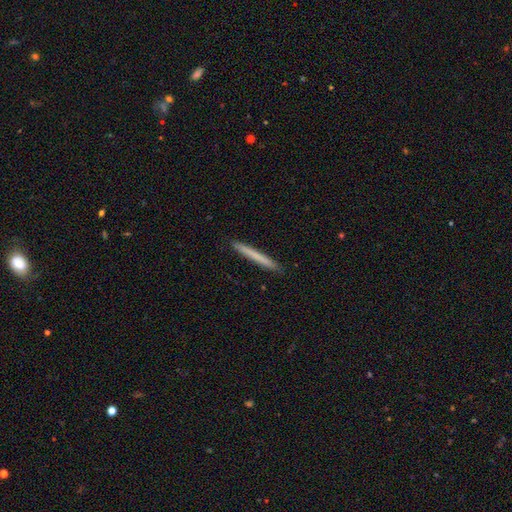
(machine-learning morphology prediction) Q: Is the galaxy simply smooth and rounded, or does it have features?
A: smooth — 67%.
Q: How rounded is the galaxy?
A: cigar-shaped — 97%.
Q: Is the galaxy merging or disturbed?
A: none — 93%.